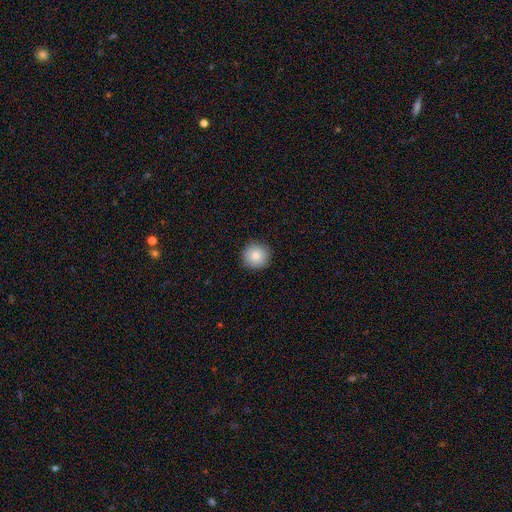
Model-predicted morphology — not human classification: Q: Smooth or featured?
A: smooth (84%); runner-up: star or artifact (9%)
Q: How rounded?
A: round (94%); runner-up: in between (5%)
Q: Merging?
A: none (90%); runner-up: minor disturbance (7%)